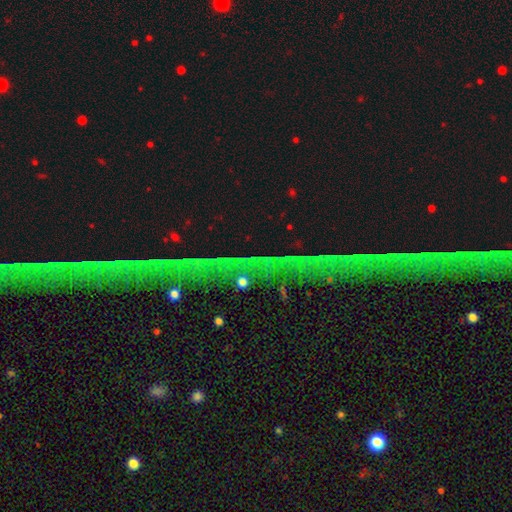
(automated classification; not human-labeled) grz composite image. It shows a star or artifact, not a galaxy (84%).